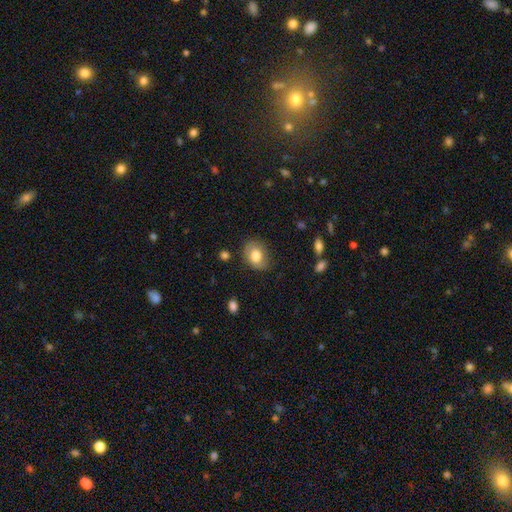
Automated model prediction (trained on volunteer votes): Smooth or featured? smooth (77%)
How rounded? in between (61%)
Merging? none (72%)